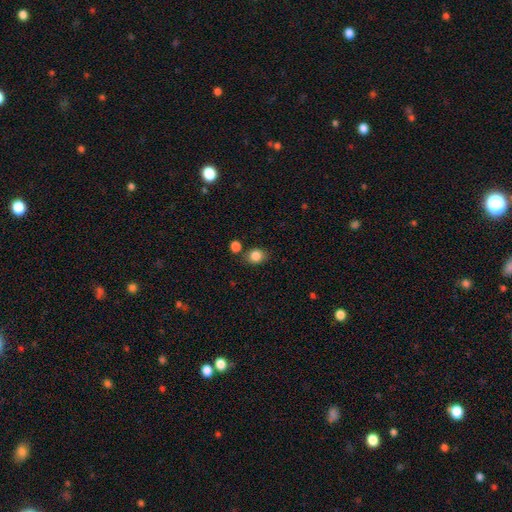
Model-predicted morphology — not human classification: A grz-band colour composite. It shows a smooth galaxy with no disk features (85%) that is round (63%). Merging: none (77%).